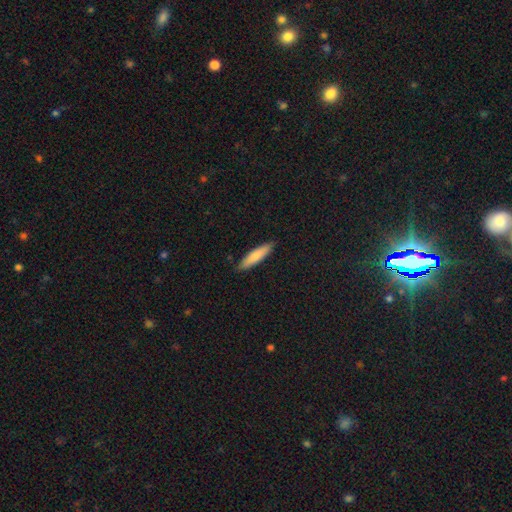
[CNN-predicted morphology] This appears to be a smooth galaxy with no disk features (79%) that is cigar-shaped (79%). Merging: none (89%).